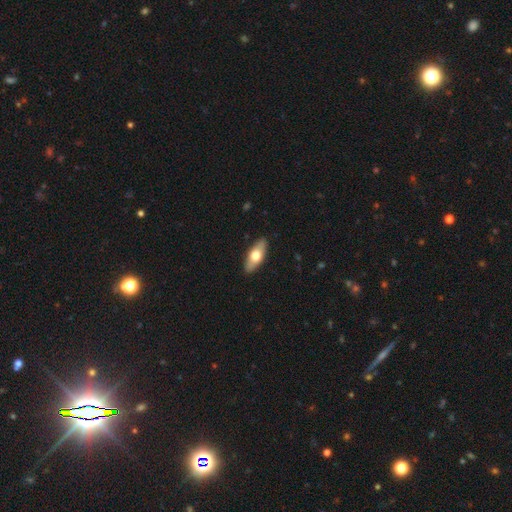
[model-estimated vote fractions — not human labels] Overall: smooth (61%; featured or disk 33%). How rounded: in between (76%). Merging: none (89%).